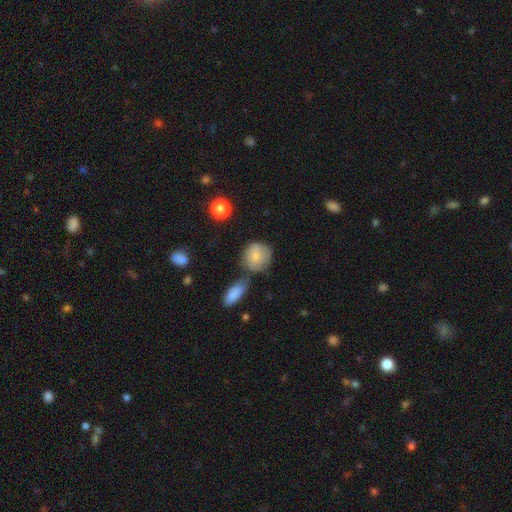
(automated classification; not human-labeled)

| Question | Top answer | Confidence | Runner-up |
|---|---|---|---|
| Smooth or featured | smooth | 79% | featured or disk (14%) |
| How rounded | round | 78% | in between (21%) |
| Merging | none | 53% | merger (21%) |